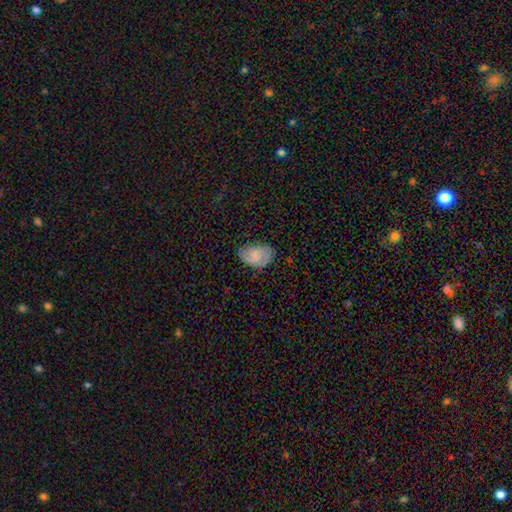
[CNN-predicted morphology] The model was most divided on "merging": none: 61%, minor disturbance: 30%, major disturbance: 7%, merger: 1%. More confident: how rounded — in between (90%); smooth or featured — smooth (64%).